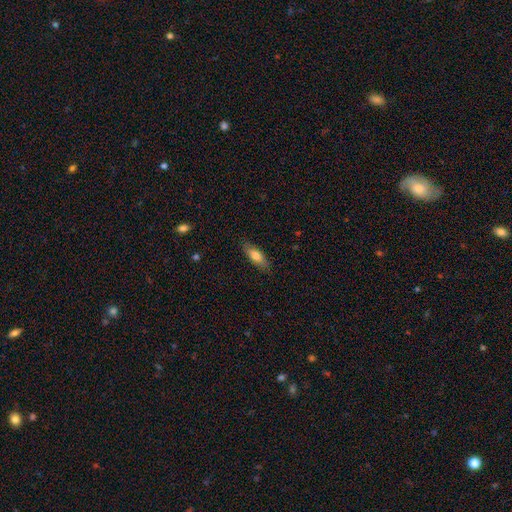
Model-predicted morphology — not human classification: Smooth or featured: smooth — 74% (featured or disk — 20%)
How rounded: in between — 64% (cigar-shaped — 33%)
Merging: none — 85% (minor disturbance — 12%)